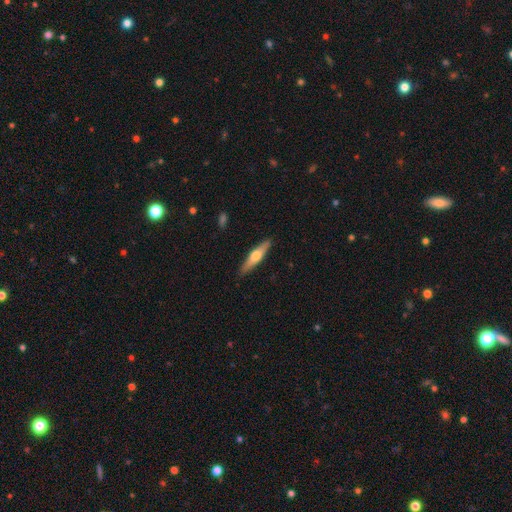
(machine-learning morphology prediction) The model was most divided on "smooth or featured": featured or disk: 53%, smooth: 42%, star or artifact: 5%. More confident: edge-on disk — yes (94%); merging — none (89%).